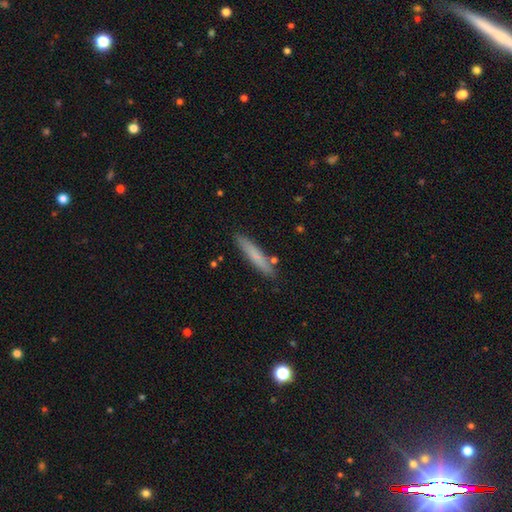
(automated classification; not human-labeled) smooth_or_featured: smooth (p=0.70) [alt: featured or disk p=0.24]
how_rounded: cigar-shaped (p=0.93) [alt: in between p=0.06]
merging: none (p=0.87) [alt: minor disturbance p=0.09]